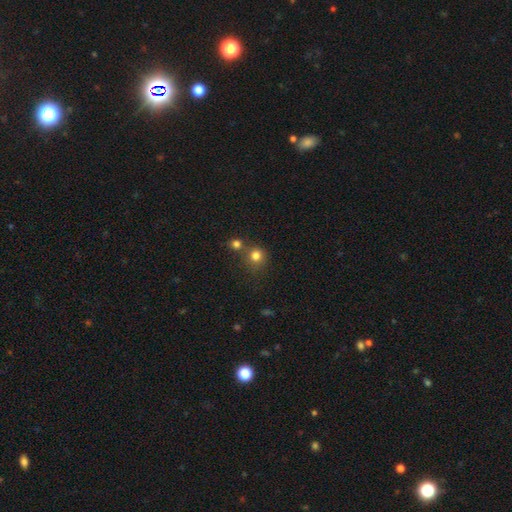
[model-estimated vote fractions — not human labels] smooth-or-featured: smooth: 79% | star or artifact: 14% | featured or disk: 7%
  how-rounded: round: 87% | in between: 12% | cigar-shaped: 1%
  merging: none: 61% | merger: 25% | minor disturbance: 10% | major disturbance: 4%